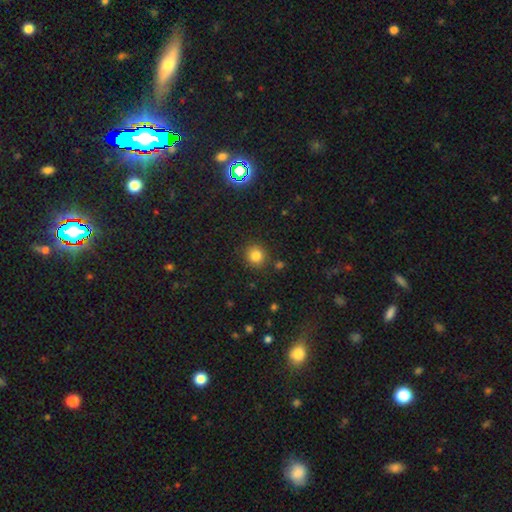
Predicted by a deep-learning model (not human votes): smooth_or_featured: smooth (p=0.81) [alt: star or artifact p=0.13]
how_rounded: round (p=0.91) [alt: in between p=0.09]
merging: none (p=0.87) [alt: minor disturbance p=0.07]